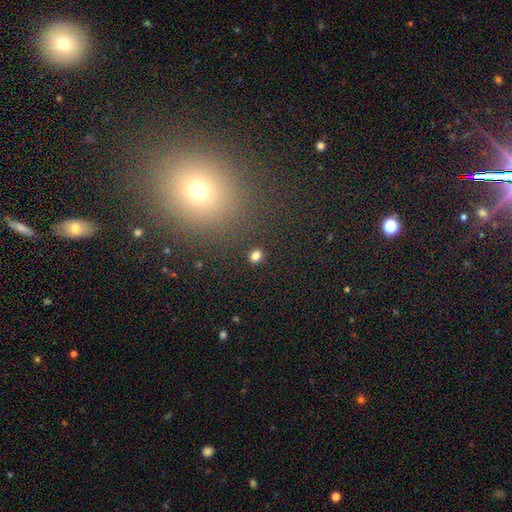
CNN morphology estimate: The model was most divided on "how rounded": round: 58%, in between: 40%, cigar-shaped: 1%. More confident: merging — none (88%); smooth or featured — smooth (81%).